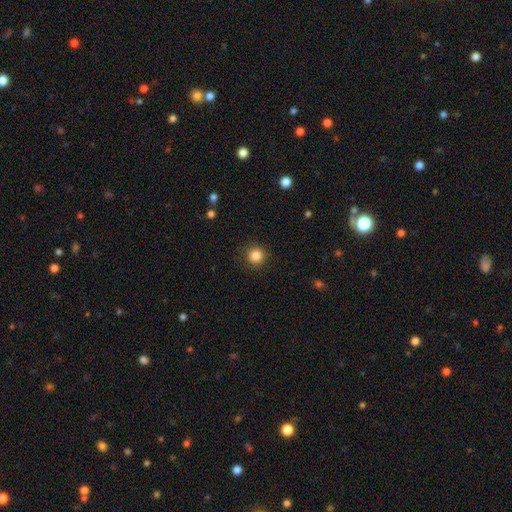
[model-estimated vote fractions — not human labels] Smooth or featured?
  - smooth: 84% *
  - star or artifact: 11%
  - featured or disk: 4%
How rounded?
  - round: 95% *
  - in between: 4%
  - cigar-shaped: 1%
Merging?
  - none: 91% *
  - minor disturbance: 6%
  - major disturbance: 2%
  - merger: 1%